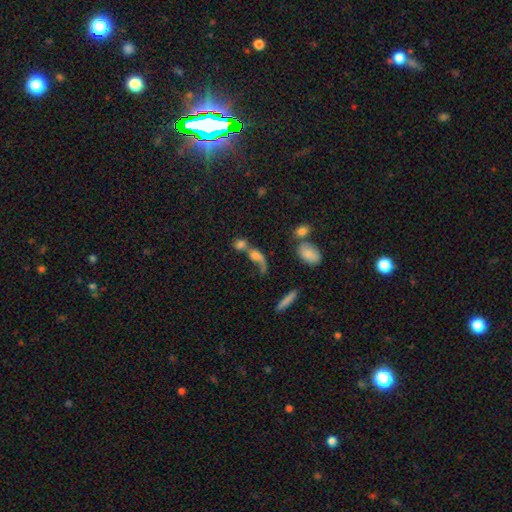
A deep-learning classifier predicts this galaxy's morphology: This is possibly a smooth galaxy (54%). How rounded: possibly in between (51%). Merging: possibly merger (55%).